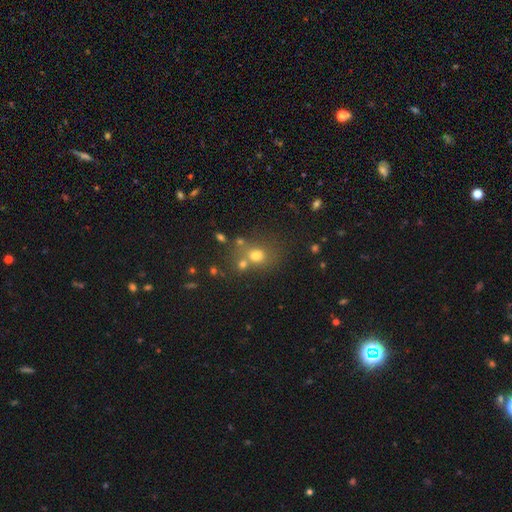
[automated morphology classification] Q: Smooth or featured?
A: smooth (68%); runner-up: star or artifact (19%)
Q: How rounded?
A: round (72%); runner-up: in between (27%)
Q: Merging?
A: none (52%); runner-up: merger (31%)